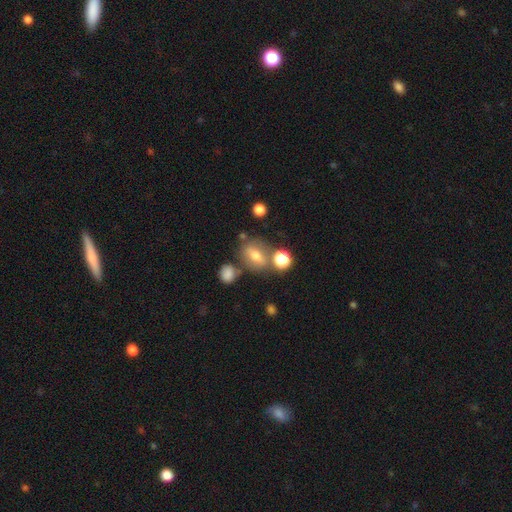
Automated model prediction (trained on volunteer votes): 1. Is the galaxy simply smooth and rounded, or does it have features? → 40% smooth, 37% star or artifact, 24% featured or disk.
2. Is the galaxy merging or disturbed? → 54% none, 29% merger, 10% minor disturbance, 7% major disturbance.